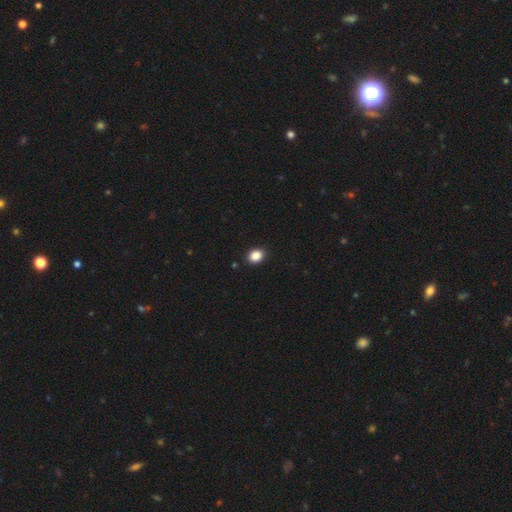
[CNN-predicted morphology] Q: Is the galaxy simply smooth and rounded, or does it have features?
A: smooth — 87%.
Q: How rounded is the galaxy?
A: round — 50%.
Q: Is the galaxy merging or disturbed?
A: none — 91%.